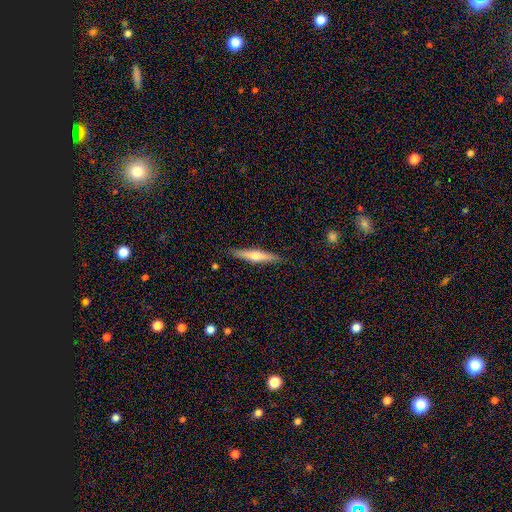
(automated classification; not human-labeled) Smooth or featured? Predicted: featured or disk (p=0.49). Merging? Predicted: none (p=0.88).